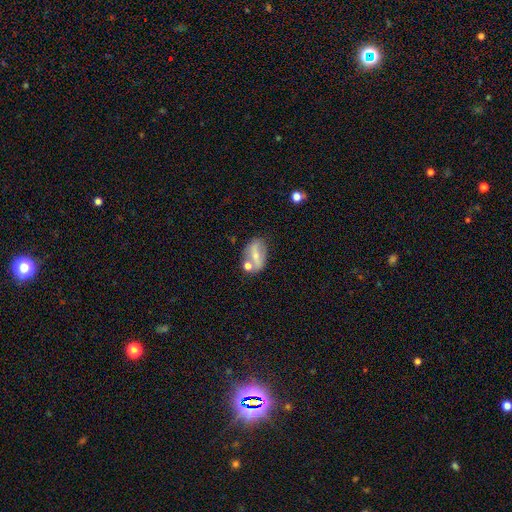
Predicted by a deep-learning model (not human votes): This appears to be a featured or disk galaxy (47%). Merging: none (52%).